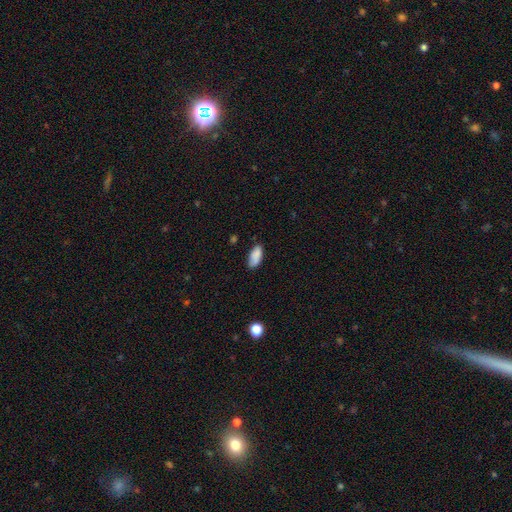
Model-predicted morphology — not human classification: This is clearly a smooth galaxy (86%). How rounded: clearly in between (87%). Merging: likely none (72%).